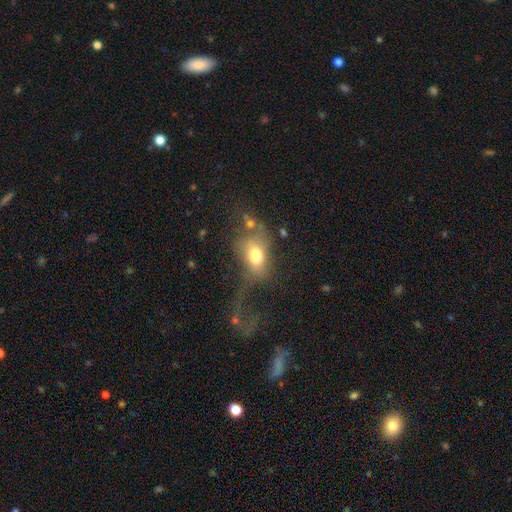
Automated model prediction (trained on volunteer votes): Smooth or featured: smooth — 67% (featured or disk — 22%)
How rounded: in between — 78% (round — 19%)
Merging: major disturbance — 49% (none — 25%)